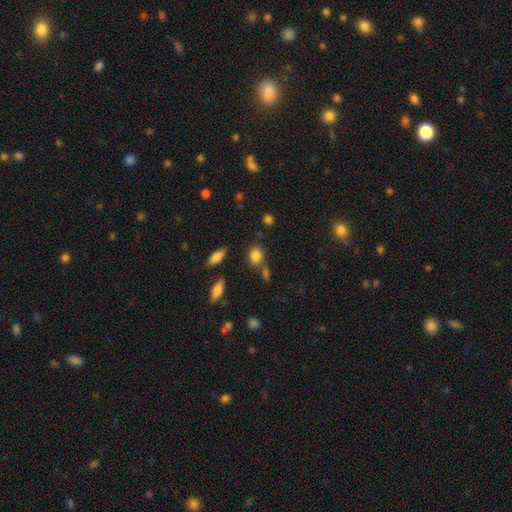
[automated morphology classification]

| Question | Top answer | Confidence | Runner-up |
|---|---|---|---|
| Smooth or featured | smooth | 83% | star or artifact (11%) |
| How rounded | round | 64% | in between (34%) |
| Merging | none | 67% | merger (15%) |